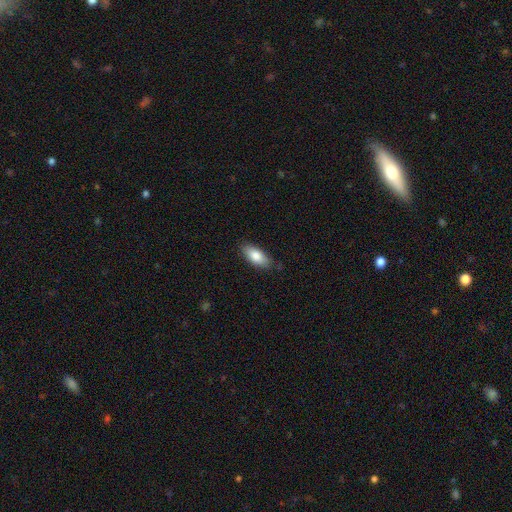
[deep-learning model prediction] smooth 83%, featured or disk 10%, star or artifact 6%. Down the decision tree: how rounded — in between (86%); merging — none (82%).